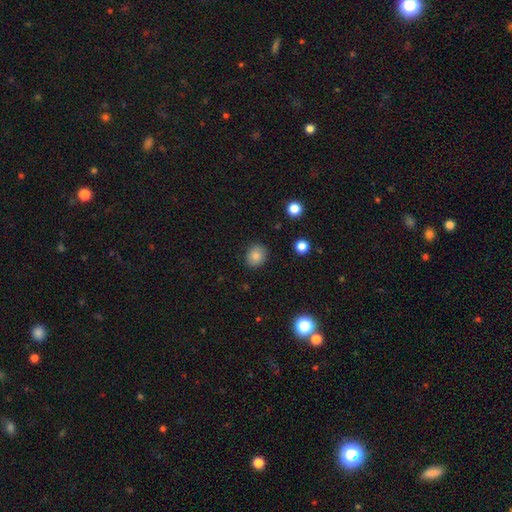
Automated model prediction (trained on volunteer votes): smooth-or-featured: smooth: 84% | star or artifact: 10% | featured or disk: 6%
  how-rounded: round: 64% | in between: 35% | cigar-shaped: 1%
  merging: none: 87% | minor disturbance: 9% | major disturbance: 2% | merger: 1%